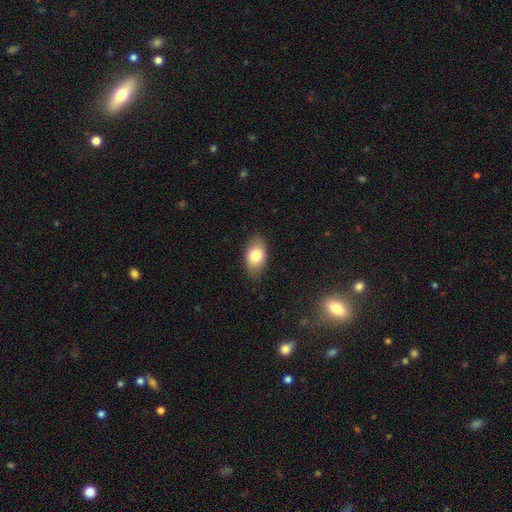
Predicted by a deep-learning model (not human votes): Smooth or featured?
  - smooth: 80% *
  - featured or disk: 13%
  - star or artifact: 7%
How rounded?
  - in between: 91% *
  - round: 7%
  - cigar-shaped: 2%
Merging?
  - none: 84% *
  - minor disturbance: 13%
  - major disturbance: 3%
  - merger: 1%